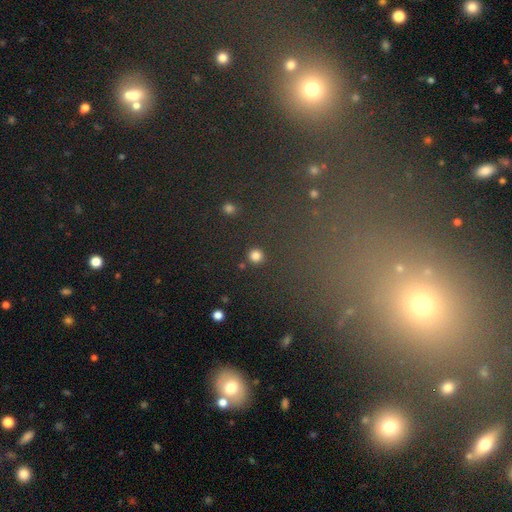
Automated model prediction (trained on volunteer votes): smooth 82%, star or artifact 14%, featured or disk 4%. Down the decision tree: how rounded — round (95%); merging — none (90%).